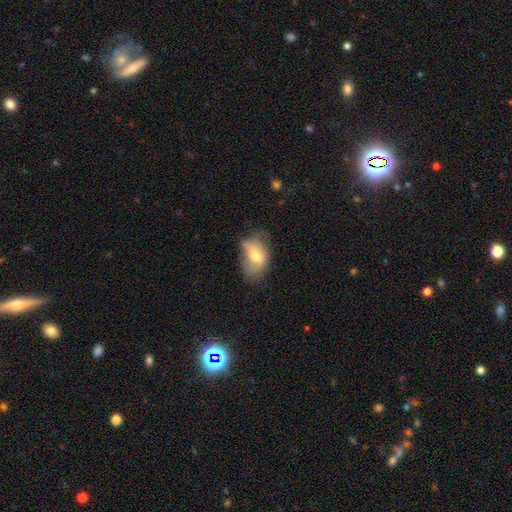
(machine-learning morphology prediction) smooth 56%, featured or disk 36%, star or artifact 8%. Down the decision tree: how rounded — in between (85%); merging — none (38%).